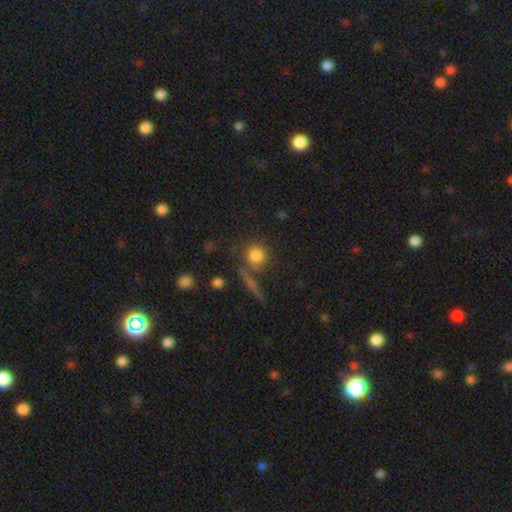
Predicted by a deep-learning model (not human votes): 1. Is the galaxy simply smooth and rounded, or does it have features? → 78% smooth, 13% star or artifact, 9% featured or disk.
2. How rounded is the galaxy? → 89% round, 8% in between, 3% cigar-shaped.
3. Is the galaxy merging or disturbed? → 70% none, 12% merger, 12% minor disturbance, 6% major disturbance.